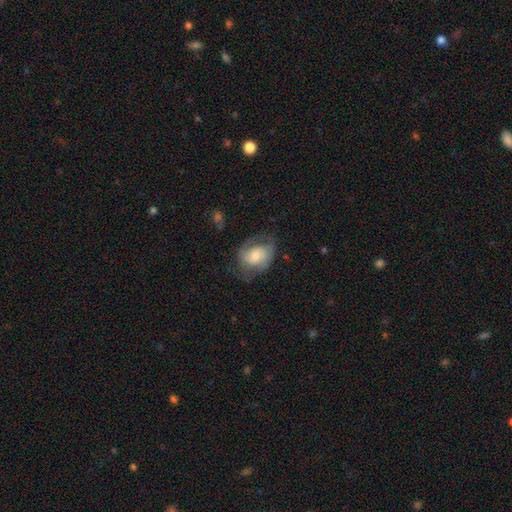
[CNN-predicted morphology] Overall: featured or disk (60%; smooth 34%). Edge-on disk: no (97%). Bar: no (56%; weak 36%). Spiral arms: yes (85%). Bulge size: moderate (42%; small 36%). Merging: none (56%; minor disturbance 25%).